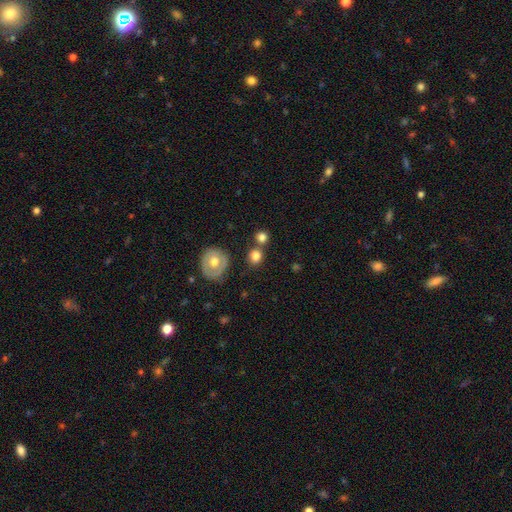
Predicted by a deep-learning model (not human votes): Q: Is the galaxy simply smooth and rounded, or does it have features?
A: smooth — 79%.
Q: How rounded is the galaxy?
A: round — 82%.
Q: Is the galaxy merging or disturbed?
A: none — 67%.